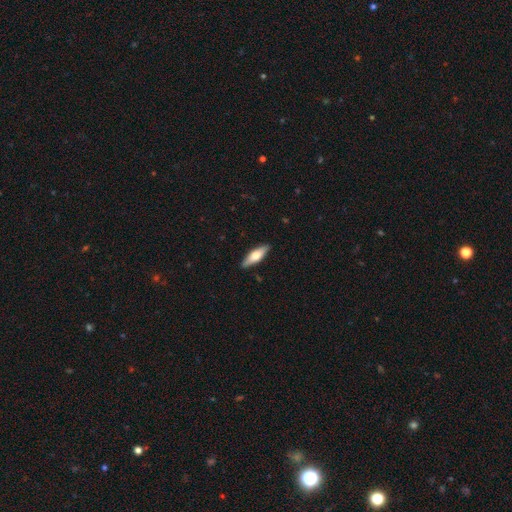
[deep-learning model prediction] A smooth galaxy with no disk features (60%) that is in between round and cigar-shaped (50%). Merging: none (88%).